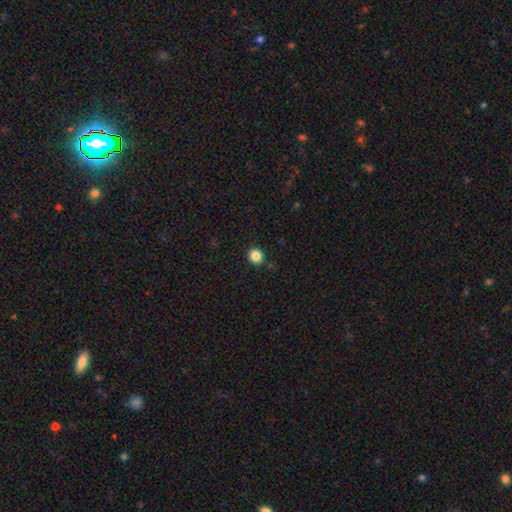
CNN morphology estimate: smooth 85%, star or artifact 11%, featured or disk 4%. Down the decision tree: how rounded — round (89%); merging — none (90%).